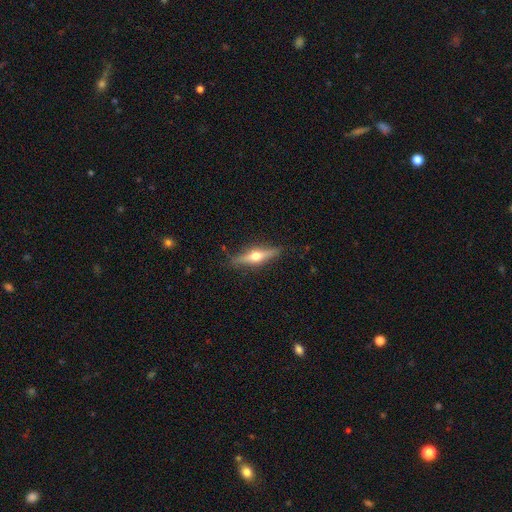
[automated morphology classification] A featured or disk galaxy (65%) viewed edge-on (95%) with a rounded central bulge (95%). Merging: none (87%).